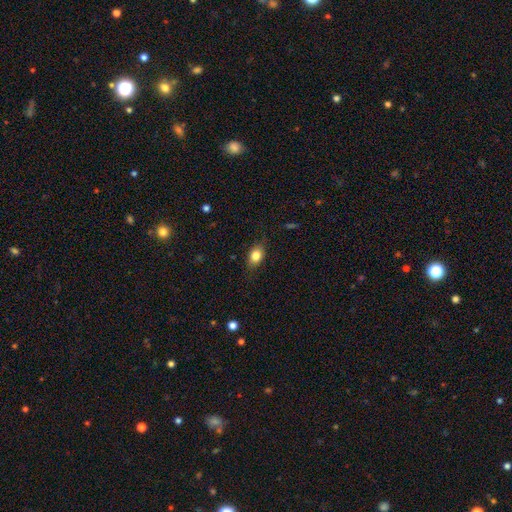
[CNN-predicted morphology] A smooth galaxy with no disk features (81%) that is in between round and cigar-shaped (77%).

Vote fractions:
- Smooth or featured? smooth: 81% / featured or disk: 10% / star or artifact: 8%
- How rounded? in between: 77% / round: 20% / cigar-shaped: 3%
- Merging? none: 80% / minor disturbance: 16% / major disturbance: 4% / merger: 1%